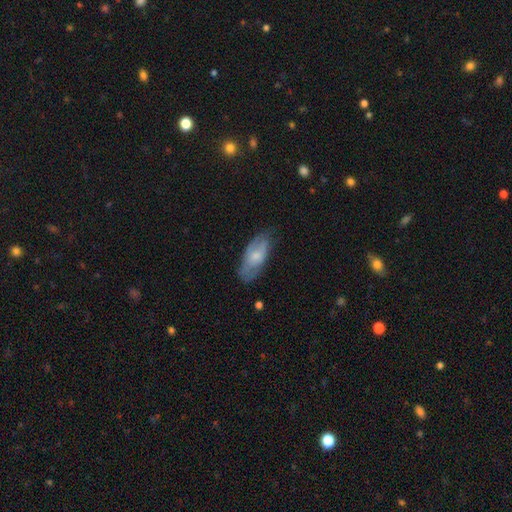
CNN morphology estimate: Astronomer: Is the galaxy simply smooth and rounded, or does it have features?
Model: smooth — 55% (runner-up: featured or disk, 39%).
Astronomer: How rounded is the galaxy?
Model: in between — 84%.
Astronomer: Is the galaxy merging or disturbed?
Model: none — 66%.